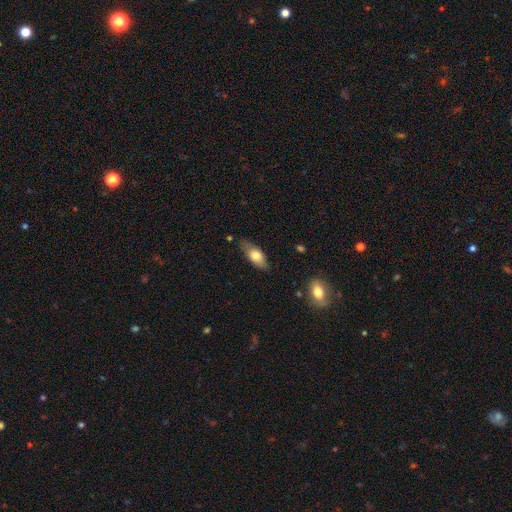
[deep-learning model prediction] Morphology: type=smooth (70%); roundness=in between (83%); merging=none (74%).